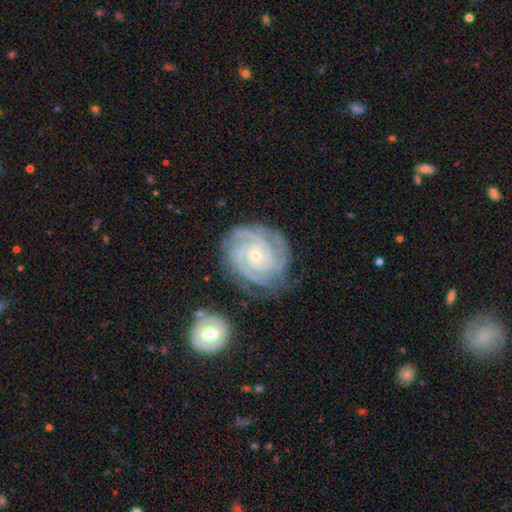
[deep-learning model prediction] This appears to be a featured or disk galaxy (92%) with no bar (73%), 3 (35%) tight (82%) spiral arms (99%) and a small central bulge (79%). Merging: none (76%).